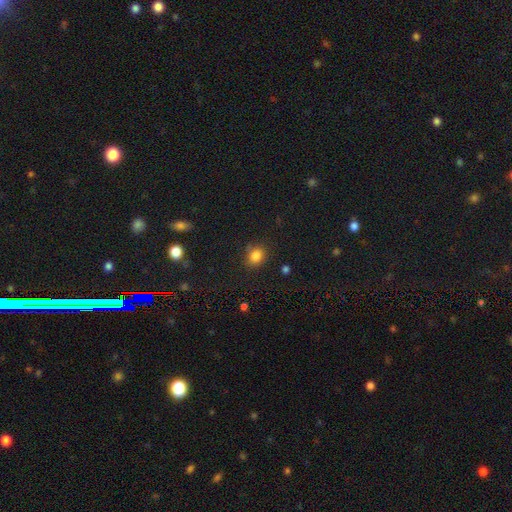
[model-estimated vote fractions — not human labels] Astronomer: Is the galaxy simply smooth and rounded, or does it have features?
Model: smooth — 83%.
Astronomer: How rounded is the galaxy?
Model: round — 64%.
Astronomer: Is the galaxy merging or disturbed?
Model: none — 80%.